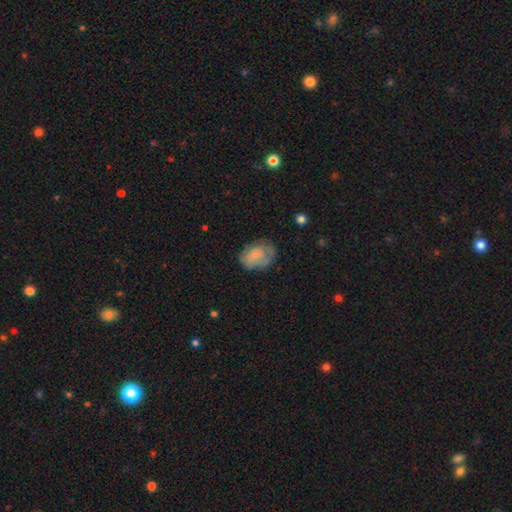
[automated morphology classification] Smooth or featured? smooth (59%)
How rounded? in between (76%)
Merging? none (57%)